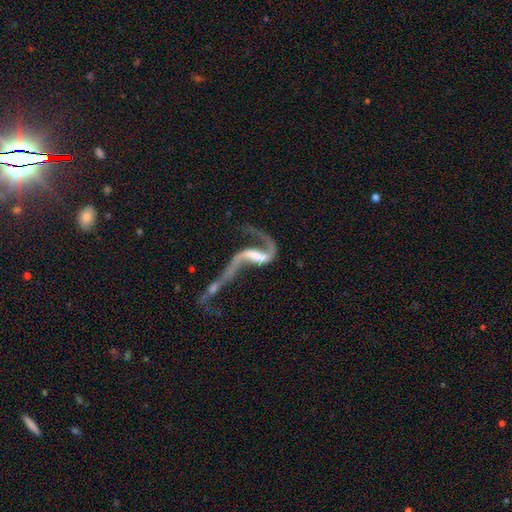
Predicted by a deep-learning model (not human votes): Smooth or featured? Predicted: featured or disk (p=0.81). Edge-on disk? Predicted: no (p=0.94). Bar? Predicted: strong (p=0.39). Spiral arms? Predicted: yes (p=0.83). Spiral winding? Predicted: loose (p=0.85). Spiral arm count? Predicted: 2 (p=0.73). Bulge size? Predicted: none (p=0.46). Merging? Predicted: merger (p=0.41).